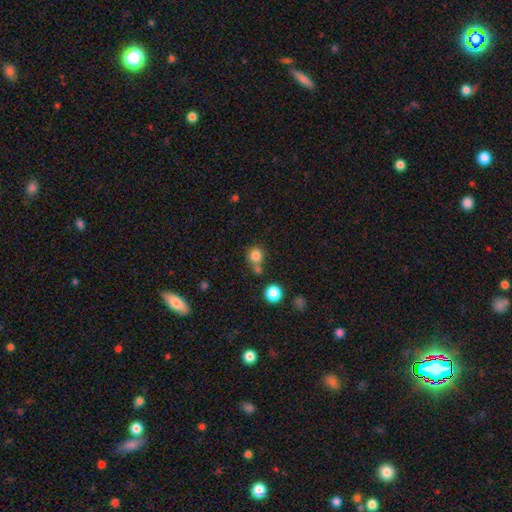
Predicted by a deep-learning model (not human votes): This appears to be a smooth galaxy with no disk features (81%) that is round (89%). Merging: none (64%).